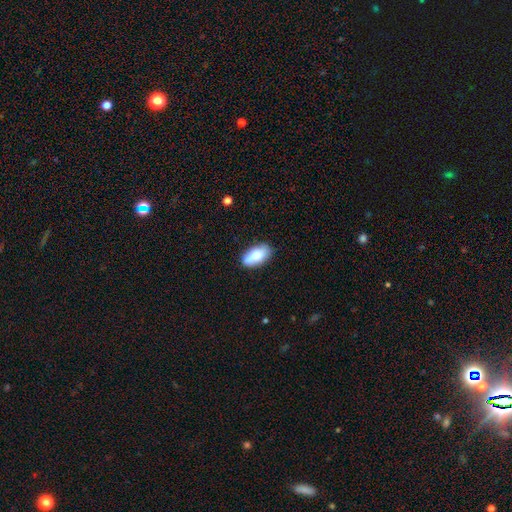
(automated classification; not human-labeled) Smooth or featured? Predicted: smooth (p=0.80). How rounded? Predicted: in between (p=0.92). Merging? Predicted: none (p=0.81).